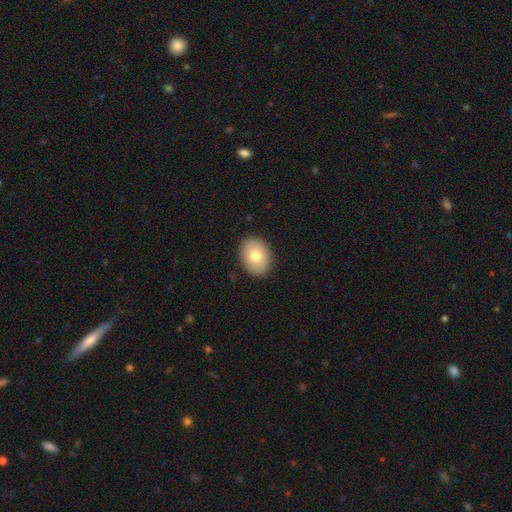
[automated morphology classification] Q: Smooth or featured?
A: smooth (77%); runner-up: featured or disk (15%)
Q: How rounded?
A: in between (68%); runner-up: round (31%)
Q: Merging?
A: none (90%); runner-up: minor disturbance (8%)